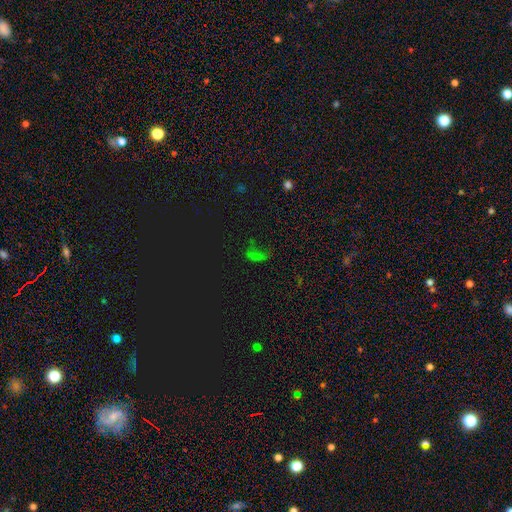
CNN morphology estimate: The model was most divided on "smooth or featured": star or artifact: 55%, smooth: 33%, featured or disk: 12%.